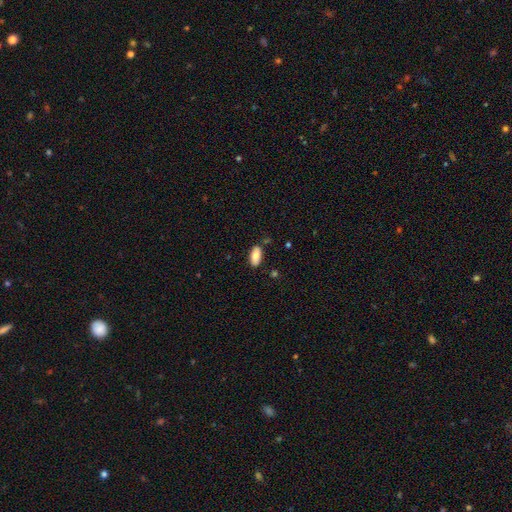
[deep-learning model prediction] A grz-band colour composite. It shows a smooth galaxy with no disk features (85%) that is in between round and cigar-shaped (90%). Merging: none (83%).